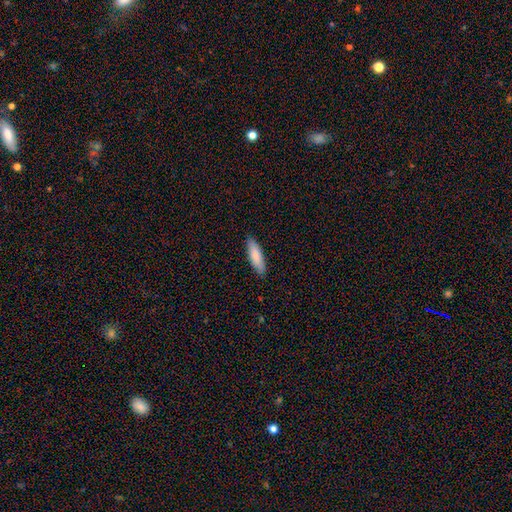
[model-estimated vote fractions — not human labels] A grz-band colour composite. It shows a smooth galaxy with no disk features (84%) that is cigar-shaped (52%). Merging: none (88%).